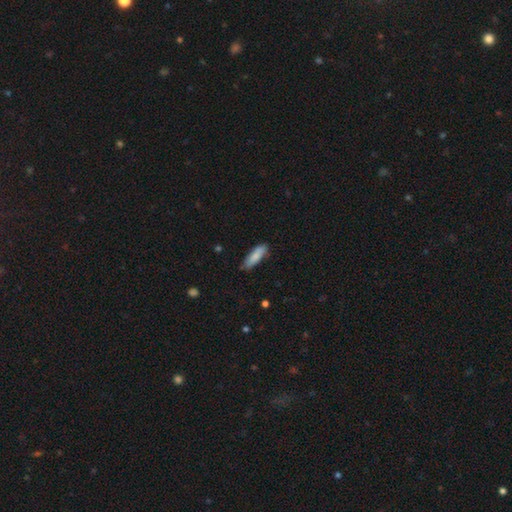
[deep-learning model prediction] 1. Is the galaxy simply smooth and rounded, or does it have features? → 81% smooth, 13% featured or disk, 6% star or artifact.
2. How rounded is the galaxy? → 52% cigar-shaped, 46% in between, 2% round.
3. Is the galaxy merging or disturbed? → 79% none, 17% minor disturbance, 3% major disturbance, 2% merger.